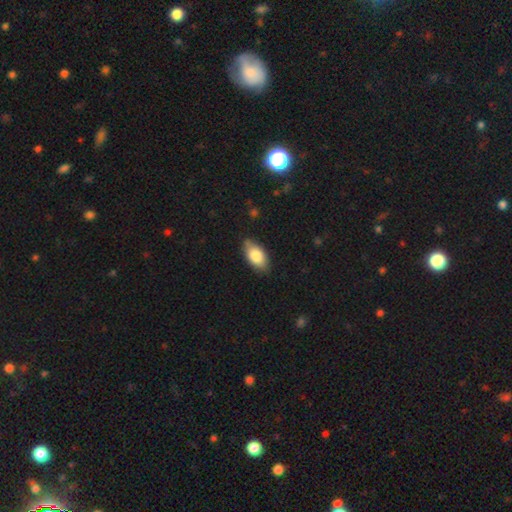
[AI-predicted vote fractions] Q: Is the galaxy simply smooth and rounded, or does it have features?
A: smooth — 82%.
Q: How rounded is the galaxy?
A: in between — 93%.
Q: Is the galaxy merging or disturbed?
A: none — 79%.